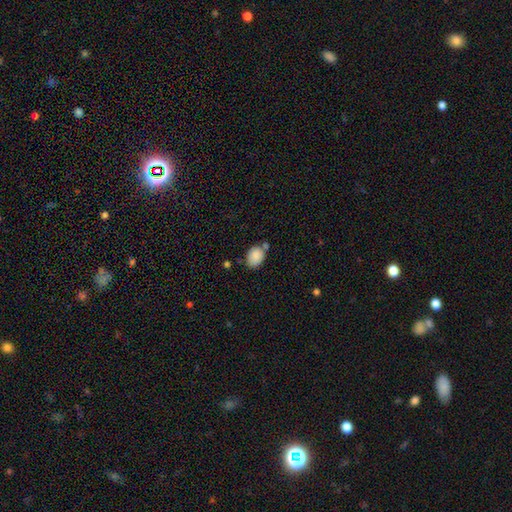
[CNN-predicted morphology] This appears to be a smooth galaxy with no disk features (87%) that is in between round and cigar-shaped (74%). Merging: none (62%).